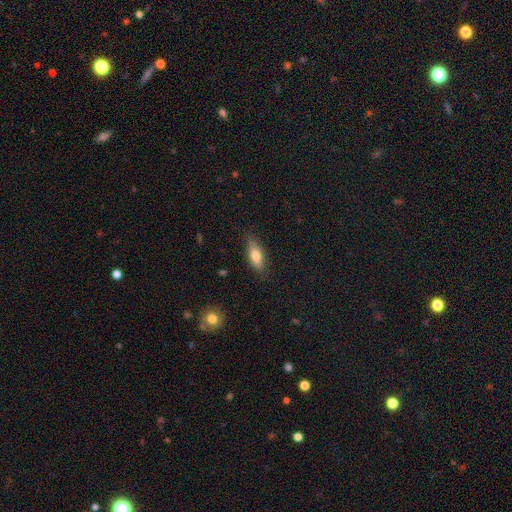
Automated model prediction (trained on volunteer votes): Smooth or featured? Predicted: smooth (p=0.71). How rounded? Predicted: in between (p=0.64). Merging? Predicted: none (p=0.82).